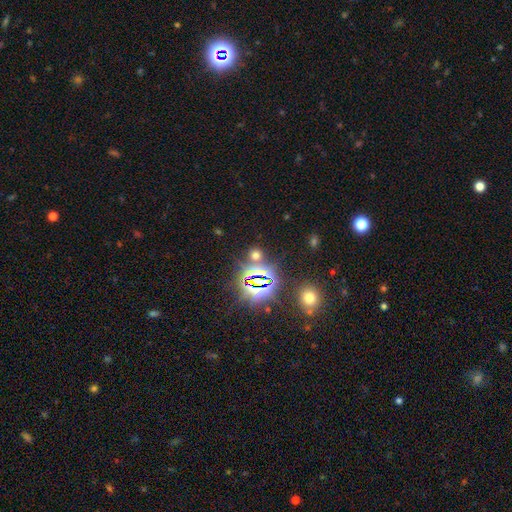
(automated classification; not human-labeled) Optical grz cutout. It shows a star or artifact, not a galaxy (52%).